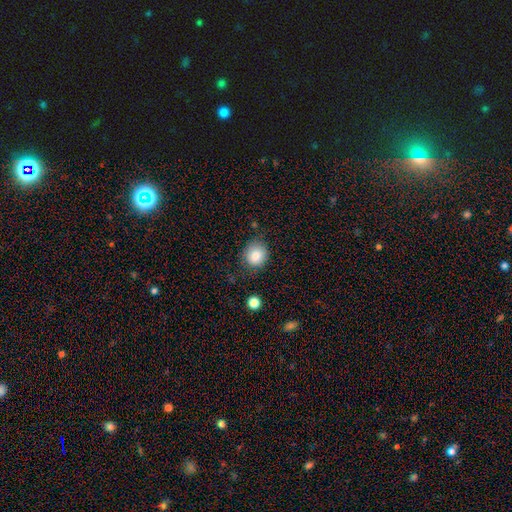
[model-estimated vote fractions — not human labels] A smooth galaxy with no disk features (84%) that is round (76%).

Vote fractions:
- Smooth or featured? smooth: 84% / star or artifact: 9% / featured or disk: 6%
- How rounded? round: 76% / in between: 23% / cigar-shaped: 1%
- Merging? none: 75% / minor disturbance: 18% / major disturbance: 5% / merger: 3%